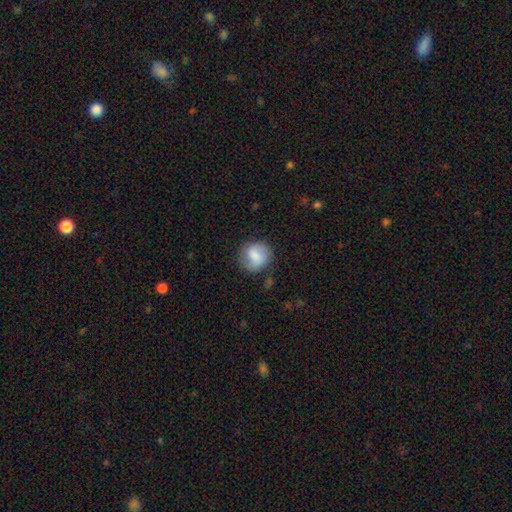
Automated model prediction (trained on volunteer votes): The model was most divided on "smooth or featured": smooth: 71%, featured or disk: 22%, star or artifact: 7%. More confident: how rounded — round (84%); merging — none (76%).